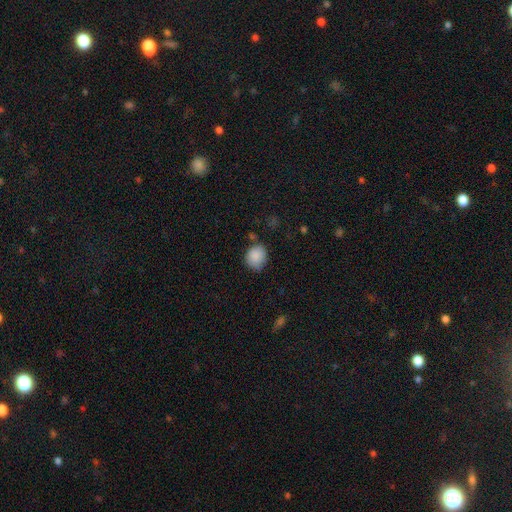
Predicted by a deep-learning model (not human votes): smooth-or-featured: smooth: 88% | star or artifact: 8% | featured or disk: 5%
  how-rounded: round: 73% | in between: 26% | cigar-shaped: 1%
  merging: none: 68% | minor disturbance: 23% | major disturbance: 5% | merger: 5%